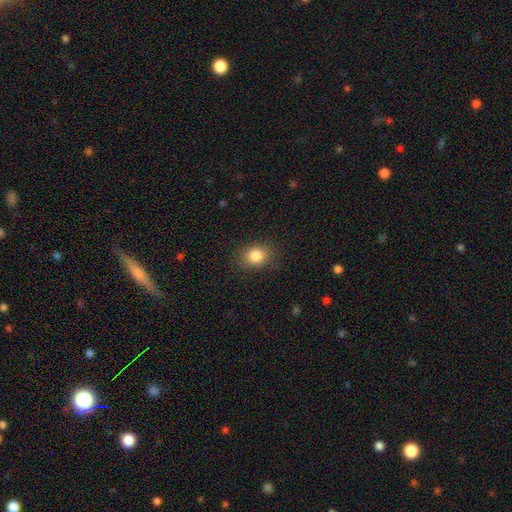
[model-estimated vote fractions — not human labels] smooth-or-featured: smooth: 84% | star or artifact: 10% | featured or disk: 6%
  how-rounded: in between: 50% | round: 49% | cigar-shaped: 1%
  merging: none: 84% | minor disturbance: 12% | major disturbance: 4% | merger: 1%